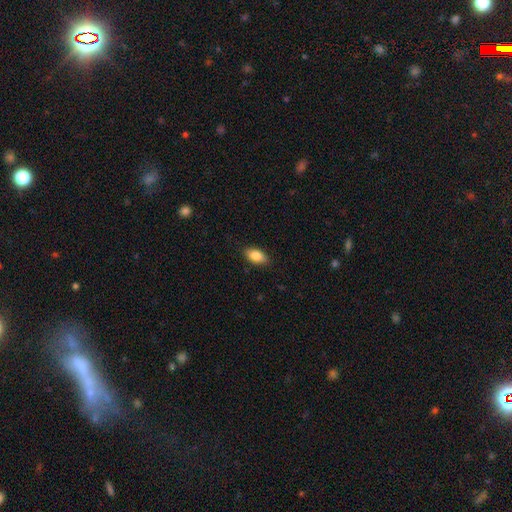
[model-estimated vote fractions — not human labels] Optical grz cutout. It shows a smooth galaxy with no disk features (86%) that is in between round and cigar-shaped (91%). Merging: none (87%).